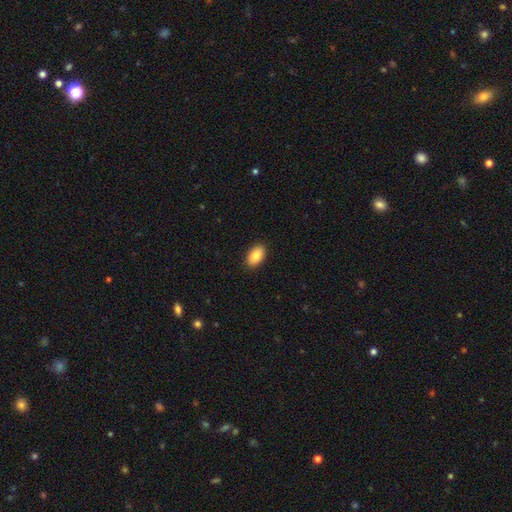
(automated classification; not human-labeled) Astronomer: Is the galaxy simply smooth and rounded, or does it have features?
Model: smooth — 86%.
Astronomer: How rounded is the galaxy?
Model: in between — 93%.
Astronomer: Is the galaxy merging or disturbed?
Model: none — 90%.